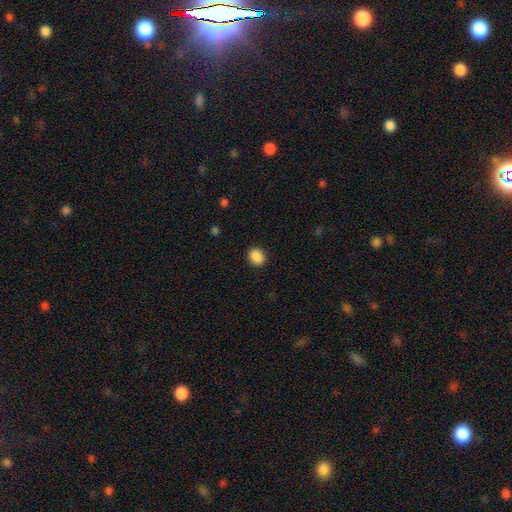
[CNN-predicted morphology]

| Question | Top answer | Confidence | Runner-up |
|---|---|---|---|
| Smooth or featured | smooth | 89% | star or artifact (8%) |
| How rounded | round | 51% | in between (48%) |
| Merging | none | 89% | minor disturbance (8%) |